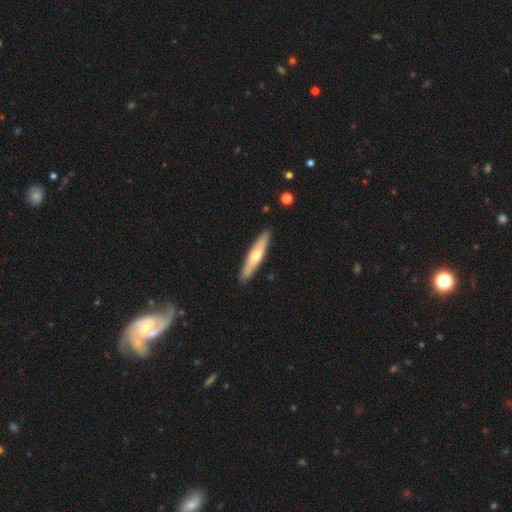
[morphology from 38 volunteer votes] Smooth or featured?
  - smooth: 63% *
  - featured or disk: 26%
  - star or artifact: 11%
How rounded?
  - cigar-shaped: 88% *
  - round: 8%
  - in between: 4%
Merging?
  - none: 88% *
  - minor disturbance: 6%
  - major disturbance: 3%
  - merger: 3%